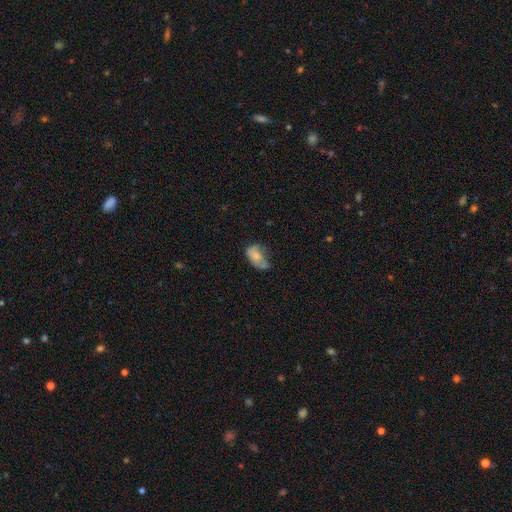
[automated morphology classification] Smooth or featured: smooth — 62% (featured or disk — 29%)
How rounded: in between — 88% (round — 9%)
Merging: minor disturbance — 33% (none — 32%)